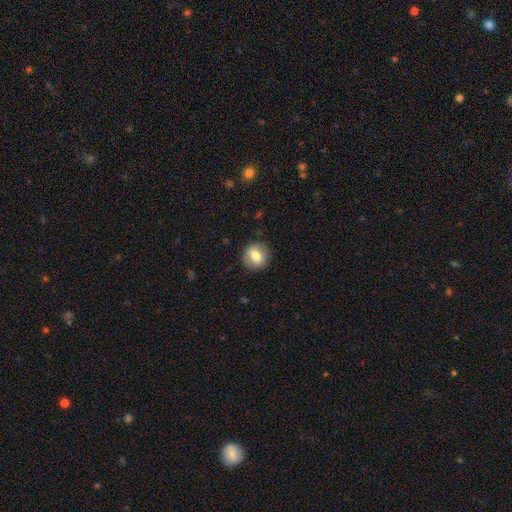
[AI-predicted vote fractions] Smooth or featured?
  - smooth: 77% *
  - featured or disk: 15%
  - star or artifact: 9%
How rounded?
  - round: 81% *
  - in between: 18%
  - cigar-shaped: 1%
Merging?
  - none: 87% *
  - minor disturbance: 9%
  - major disturbance: 3%
  - merger: 1%